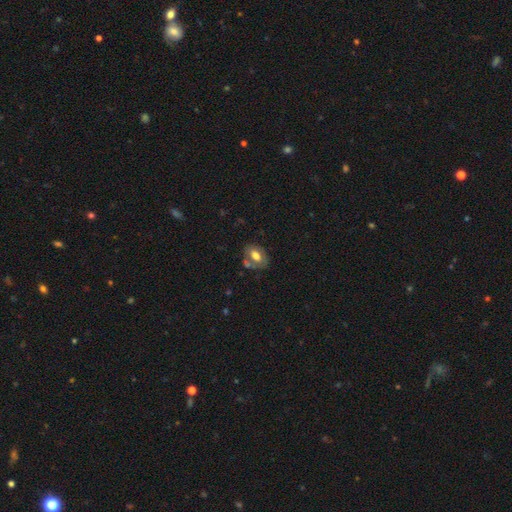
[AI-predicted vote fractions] Morphology: type=smooth (61%); roundness=in between (82%); merging=none (58%).